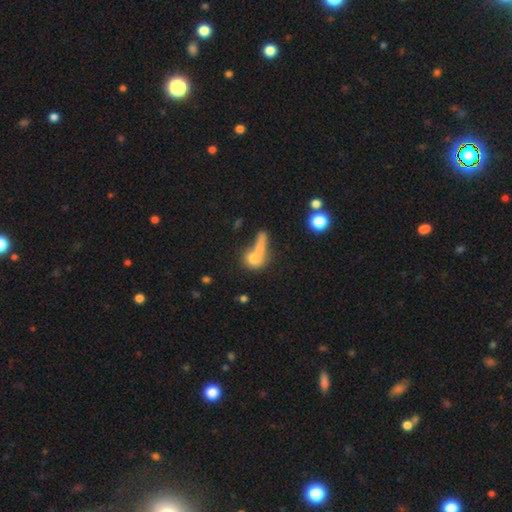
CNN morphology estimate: smooth-or-featured: smooth: 71% | featured or disk: 17% | star or artifact: 12%
  how-rounded: round: 48% | in between: 35% | cigar-shaped: 18%
  merging: merger: 47% | none: 31% | major disturbance: 12% | minor disturbance: 10%